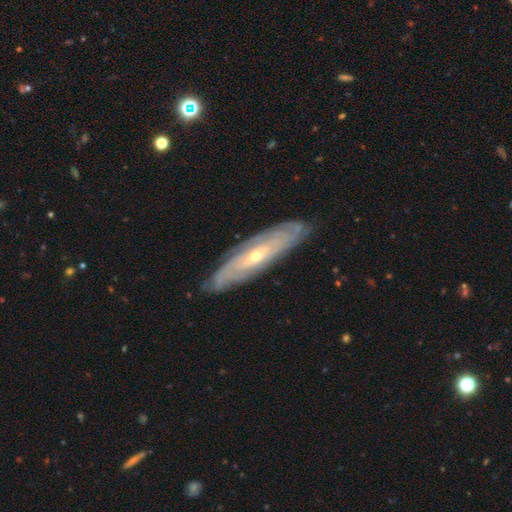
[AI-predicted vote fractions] smooth-or-featured: featured or disk: 81% | smooth: 13% | star or artifact: 6%
  disk-edge-on: no: 68% | yes: 32%
    bar: no: 63% | weak: 27% | strong: 10%
    has-spiral-arms: yes: 87% | no: 13%
    bulge-size: small: 67% | moderate: 30% | large: 1% | none: 1% | dominant: 1%
  merging: none: 83% | minor disturbance: 13% | major disturbance: 3% | merger: 1%